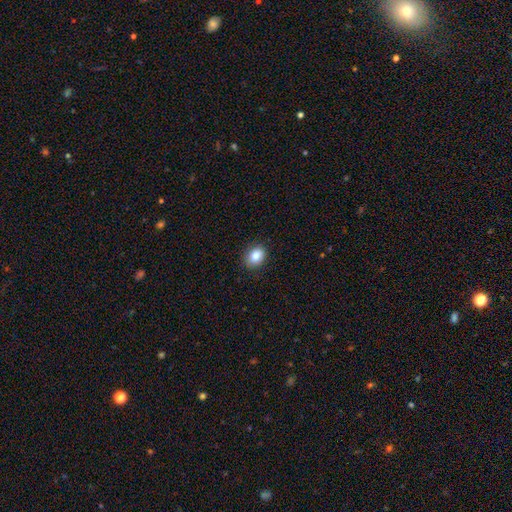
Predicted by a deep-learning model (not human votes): A smooth galaxy with no disk features (84%) that is in between round and cigar-shaped (56%).

Vote fractions:
- Smooth or featured? smooth: 84% / star or artifact: 9% / featured or disk: 7%
- How rounded? in between: 56% / round: 43% / cigar-shaped: 1%
- Merging? none: 88% / minor disturbance: 9% / major disturbance: 2% / merger: 1%